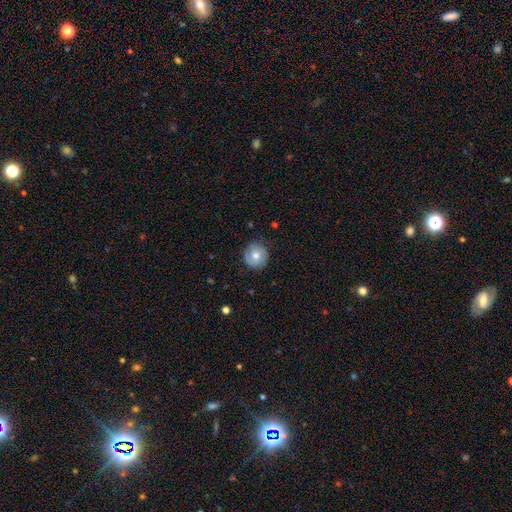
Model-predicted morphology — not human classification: Smooth or featured? Predicted: smooth (p=0.52). How rounded? Predicted: round (p=0.90). Merging? Predicted: none (p=0.82).